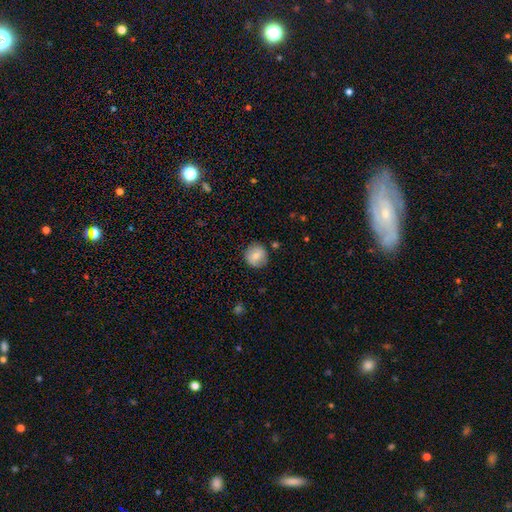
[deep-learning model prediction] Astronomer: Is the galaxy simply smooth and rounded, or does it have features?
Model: smooth — 76%.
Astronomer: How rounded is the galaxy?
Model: round — 92%.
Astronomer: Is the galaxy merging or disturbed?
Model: none — 84%.